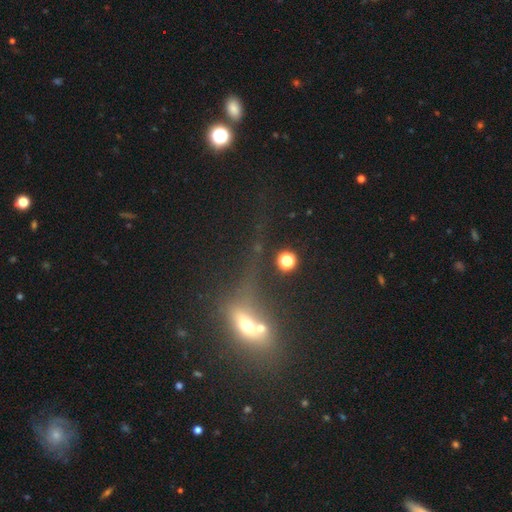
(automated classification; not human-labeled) Smooth or featured? smooth (40%)
Merging? merger (49%)